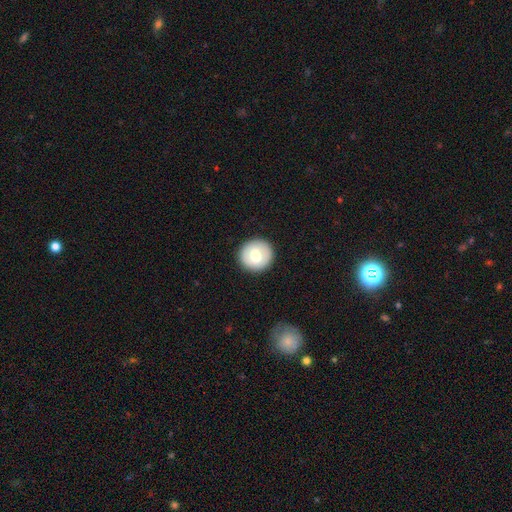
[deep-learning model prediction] This is likely a smooth galaxy (62%). How rounded: clearly round (90%). Merging: clearly none (90%).